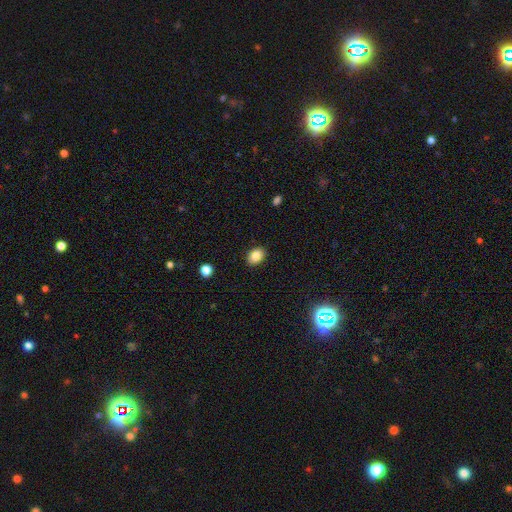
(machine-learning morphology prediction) Smooth or featured? smooth (84%)
How rounded? in between (71%)
Merging? none (90%)